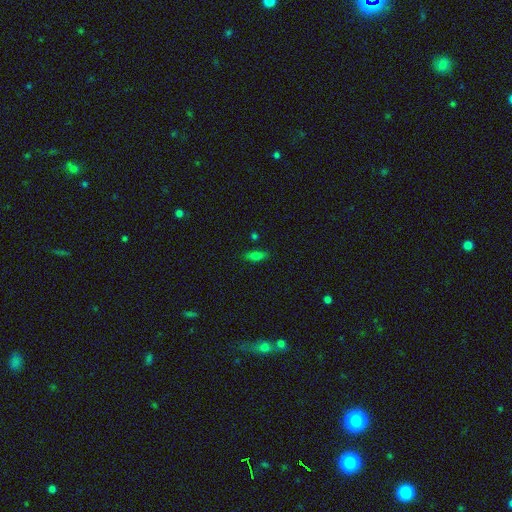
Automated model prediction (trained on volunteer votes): smooth 67%, featured or disk 18%, star or artifact 15%. Down the decision tree: how rounded — in between (69%); merging — none (81%).